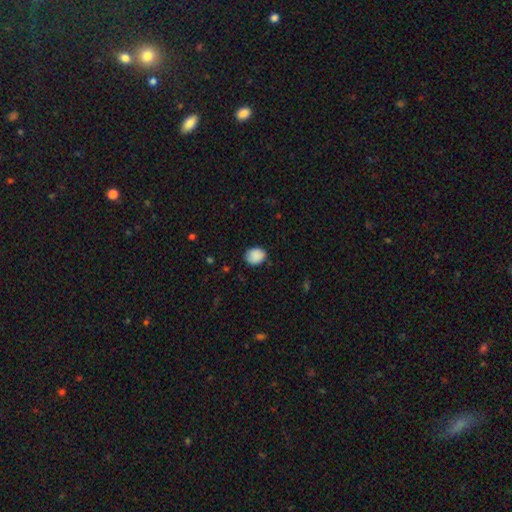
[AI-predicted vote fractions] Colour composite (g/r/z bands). It shows a smooth galaxy with no disk features (89%) that is round (51%). Merging: none (78%).